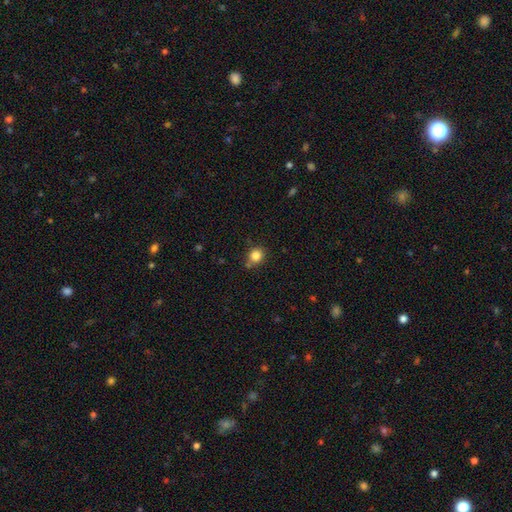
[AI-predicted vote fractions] Smooth or featured? Predicted: smooth (p=0.83). How rounded? Predicted: round (p=0.79). Merging? Predicted: none (p=0.74).